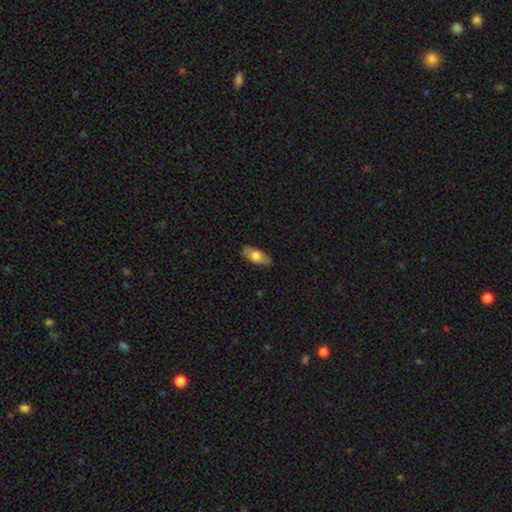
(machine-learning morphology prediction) type=smooth (69%); roundness=in between (82%); merging=none (83%).